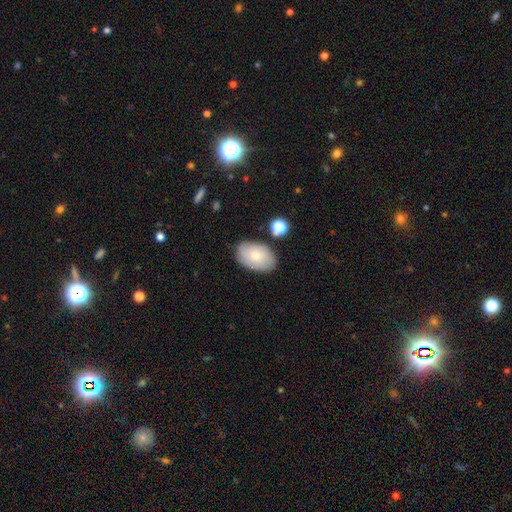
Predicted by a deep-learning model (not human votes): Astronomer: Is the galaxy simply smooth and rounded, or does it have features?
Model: smooth — 64%.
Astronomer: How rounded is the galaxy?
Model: in between — 88%.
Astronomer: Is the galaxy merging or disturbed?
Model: none — 77%.